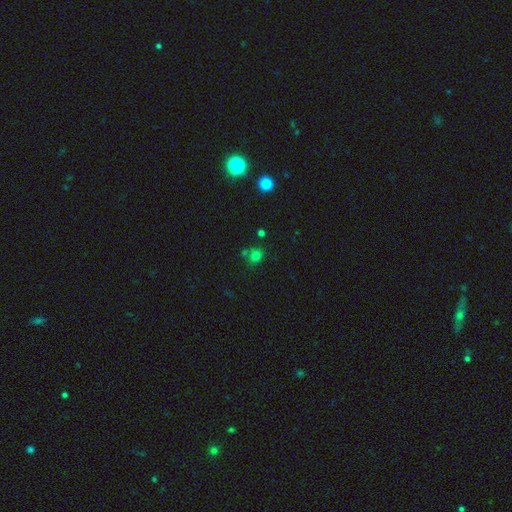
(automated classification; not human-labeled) This is likely a smooth galaxy (72%). How rounded: clearly round (80%). Merging: likely none (67%).